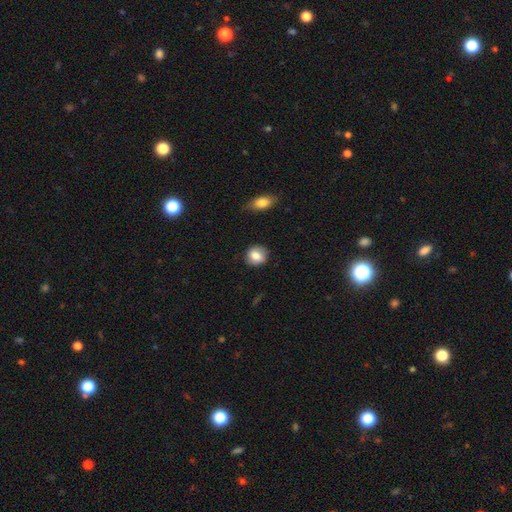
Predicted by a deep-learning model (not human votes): smooth_or_featured: smooth (p=0.79) [alt: featured or disk p=0.13]
how_rounded: round (p=0.76) [alt: in between p=0.23]
merging: none (p=0.84) [alt: minor disturbance p=0.11]